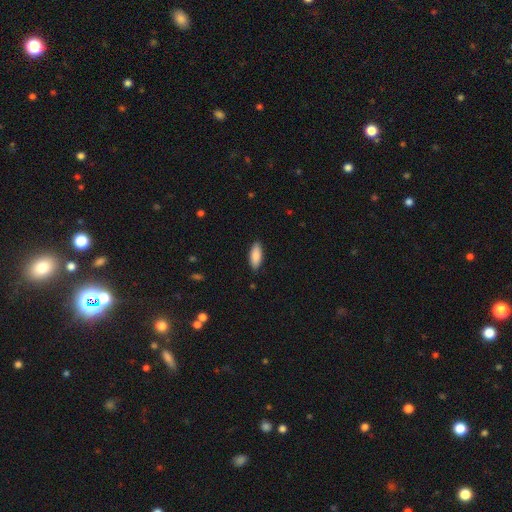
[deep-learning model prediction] Overall: smooth (88%). How rounded: in between (76%). Merging: none (88%).